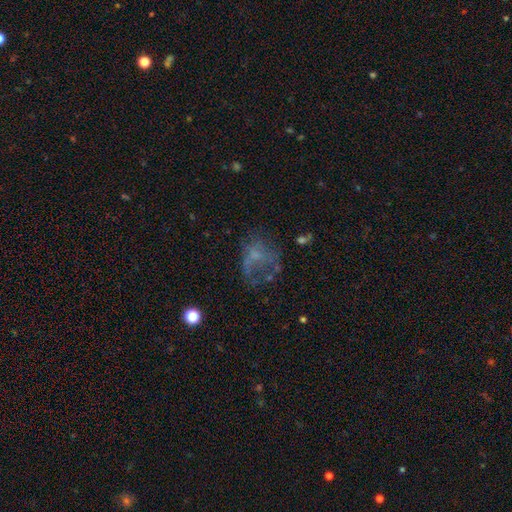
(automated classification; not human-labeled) Smooth or featured?
  - featured or disk: 46% *
  - smooth: 35%
  - star or artifact: 20%
Merging?
  - major disturbance: 39% *
  - none: 36%
  - minor disturbance: 19%
  - merger: 6%